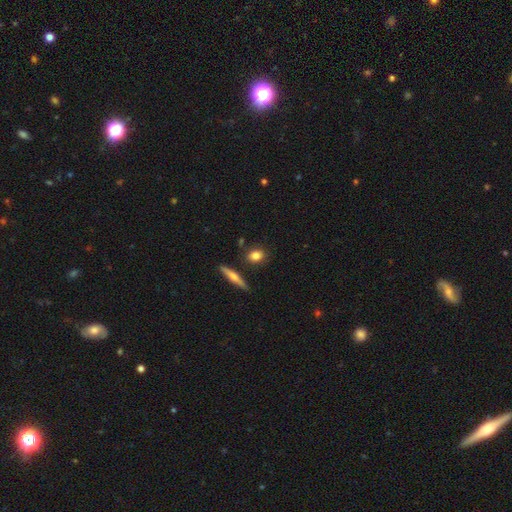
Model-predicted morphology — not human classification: type=smooth (80%); roundness=in between (47%); merging=none (82%).